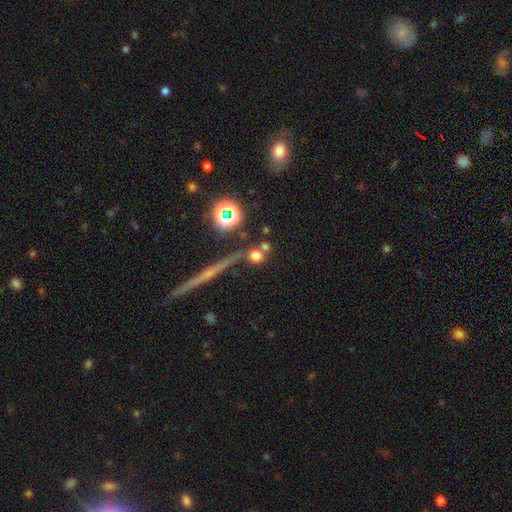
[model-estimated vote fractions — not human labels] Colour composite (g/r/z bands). It shows a smooth galaxy with no disk features (66%) that is round (84%). Merging: none (60%).